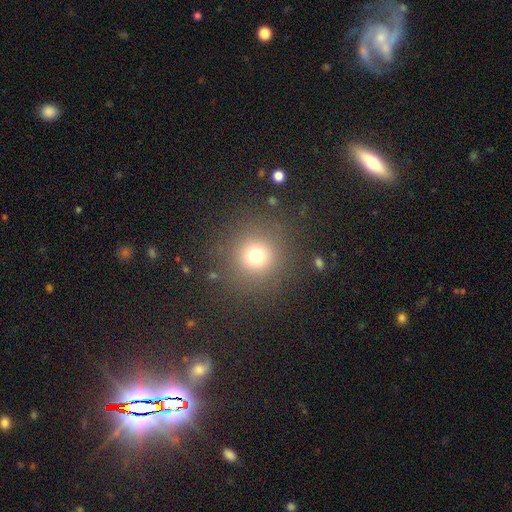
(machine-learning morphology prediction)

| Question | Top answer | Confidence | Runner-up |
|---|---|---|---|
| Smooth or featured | smooth | 72% | star or artifact (18%) |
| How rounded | round | 94% | in between (5%) |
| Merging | none | 85% | minor disturbance (8%) |